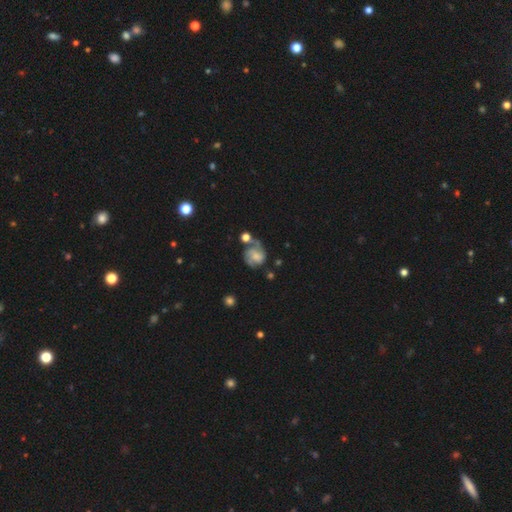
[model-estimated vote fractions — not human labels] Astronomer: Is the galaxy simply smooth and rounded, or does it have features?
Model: featured or disk — 65%.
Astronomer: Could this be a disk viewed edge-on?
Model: no — 98%.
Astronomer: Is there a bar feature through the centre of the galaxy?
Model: no — 64%.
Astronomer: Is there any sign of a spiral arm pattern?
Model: yes — 85%.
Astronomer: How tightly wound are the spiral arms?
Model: medium — 43% (runner-up: tight, 38%).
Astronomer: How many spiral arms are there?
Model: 2 — 46%.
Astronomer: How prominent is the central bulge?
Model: small — 34% (runner-up: moderate, 30%).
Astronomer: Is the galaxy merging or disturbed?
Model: none — 44% (runner-up: minor disturbance, 22%).